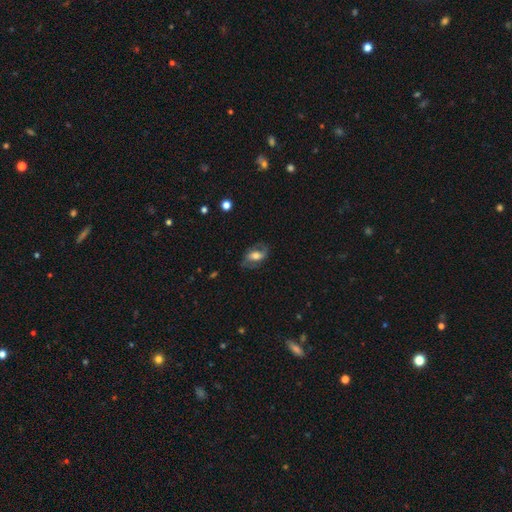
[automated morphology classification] smooth-or-featured: featured or disk: 57% | smooth: 36% | star or artifact: 8%
  disk-edge-on: no: 92% | yes: 8%
    bar: no: 36% (tied) | weak: 36% (tied) | strong: 28%
    has-spiral-arms: yes: 75% | no: 25%
    bulge-size: moderate: 59% | large: 21% | small: 16% | dominant: 2% | none: 2%
  merging: none: 70% | minor disturbance: 18% | major disturbance: 10% | merger: 1%